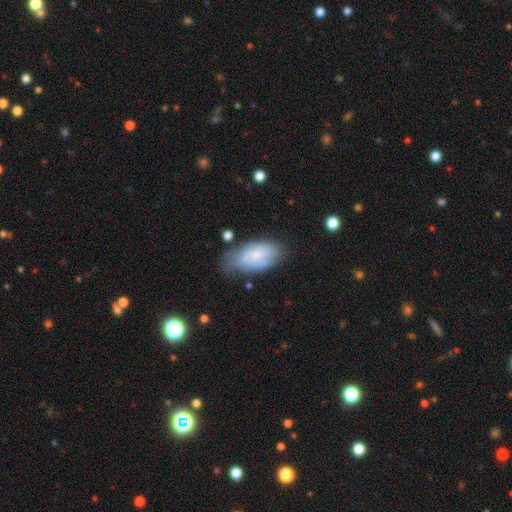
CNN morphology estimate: A smooth galaxy with no disk features (60%) that is in between round and cigar-shaped (93%).

Vote fractions:
- Smooth or featured? smooth: 60% / featured or disk: 33% / star or artifact: 7%
- How rounded? in between: 93% / round: 4% / cigar-shaped: 3%
- Merging? none: 55% / minor disturbance: 31% / major disturbance: 10% / merger: 5%